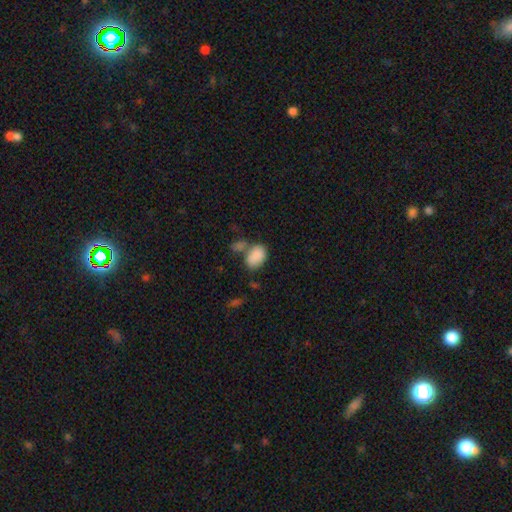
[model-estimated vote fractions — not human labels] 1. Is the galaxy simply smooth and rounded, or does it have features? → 85% smooth, 8% star or artifact, 7% featured or disk.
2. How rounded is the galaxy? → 86% in between, 12% round, 1% cigar-shaped.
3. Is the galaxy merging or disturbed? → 43% none, 33% merger, 16% minor disturbance, 8% major disturbance.